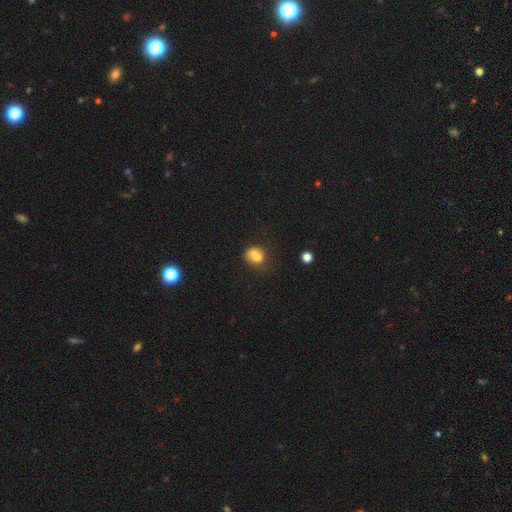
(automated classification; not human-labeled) Smooth or featured? Predicted: smooth (p=0.68). How rounded? Predicted: round (p=0.62). Merging? Predicted: merger (p=0.46).